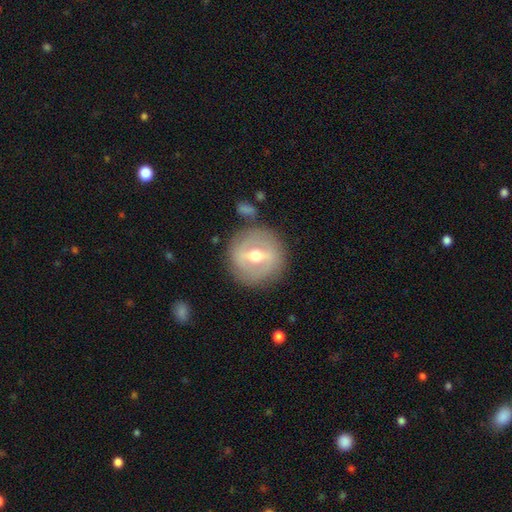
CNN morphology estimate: Smooth or featured?
  - featured or disk: 69% *
  - smooth: 25%
  - star or artifact: 6%
Edge-on disk?
  - no: 90% *
  - yes: 10%
Bar?
  - strong: 51% *
  - weak: 37%
  - no: 12%
Spiral arms?
  - no: 60% *
  - yes: 40%
Bulge size?
  - moderate: 76% *
  - small: 14%
  - large: 7%
  - dominant: 1%
  - none: 1%
Merging?
  - none: 83% *
  - minor disturbance: 10%
  - major disturbance: 4%
  - merger: 3%